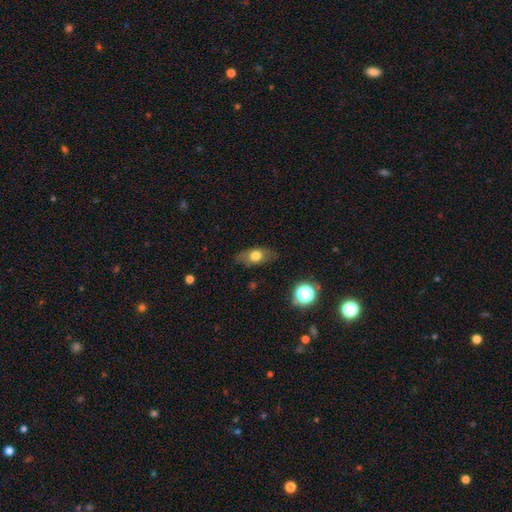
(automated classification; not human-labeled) The model was most divided on "smooth or featured": smooth: 64%, featured or disk: 26%, star or artifact: 9%. More confident: merging — none (80%); how rounded — in between (75%).